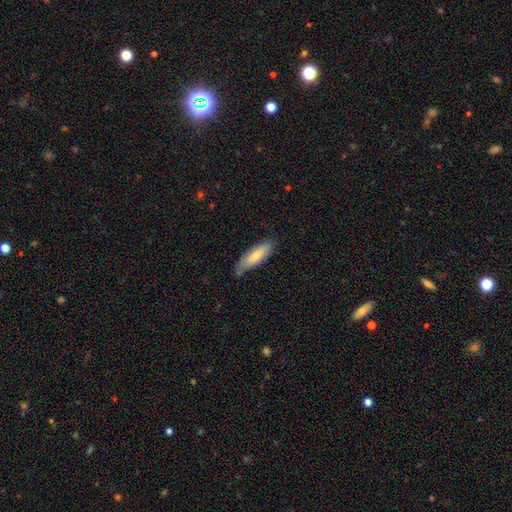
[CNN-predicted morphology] smooth-or-featured: smooth: 72% | featured or disk: 22% | star or artifact: 6%
  how-rounded: in between: 53% | cigar-shaped: 45% | round: 2%
  merging: none: 68% | minor disturbance: 25% | major disturbance: 4% | merger: 3%